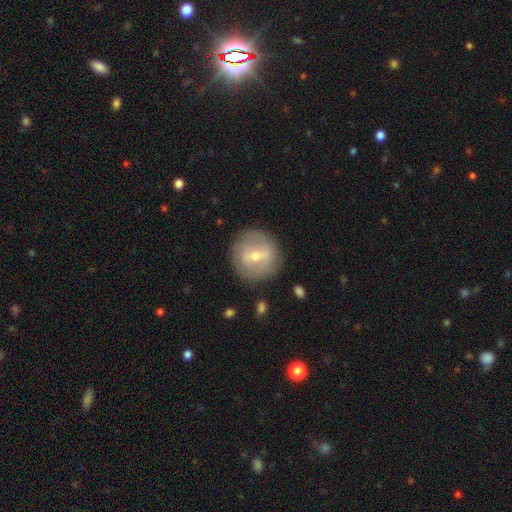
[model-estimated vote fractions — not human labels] smooth_or_featured: featured or disk (p=0.55) [alt: smooth p=0.37]
disk_edge_on: no (p=0.92) [alt: yes p=0.08]
bar: weak (p=0.46) [alt: strong p=0.35]
has_spiral_arms: no (p=0.68) [alt: yes p=0.32]
bulge_size: moderate (p=0.50) [alt: small p=0.47]
merging: none (p=0.85) [alt: minor disturbance p=0.10]